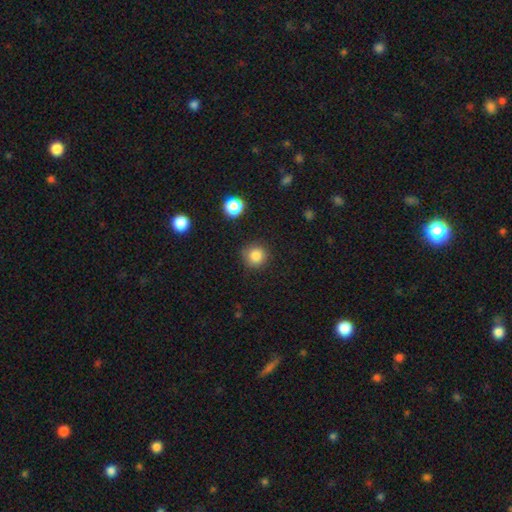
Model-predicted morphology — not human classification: This is clearly a smooth galaxy (84%). How rounded: clearly round (94%). Merging: clearly none (85%).